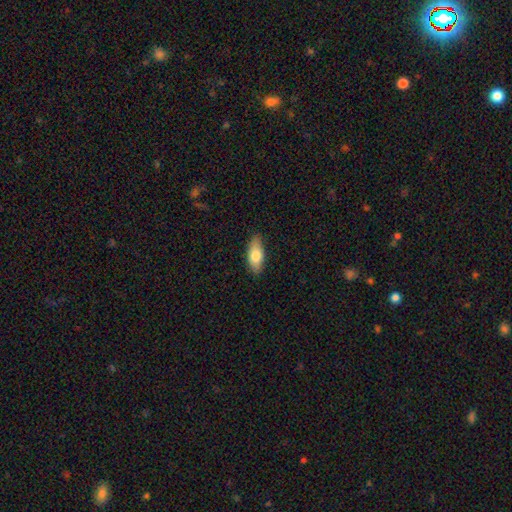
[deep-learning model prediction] This appears to be a smooth galaxy with no disk features (75%) that is in between round and cigar-shaped (80%). Merging: none (87%).